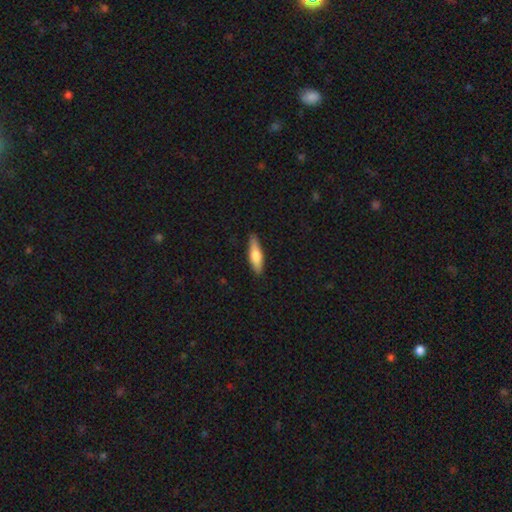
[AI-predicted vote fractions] Smooth or featured?
  - smooth: 68% *
  - featured or disk: 26%
  - star or artifact: 6%
How rounded?
  - cigar-shaped: 66% *
  - in between: 32%
  - round: 2%
Merging?
  - none: 86% *
  - minor disturbance: 11%
  - major disturbance: 2%
  - merger: 1%